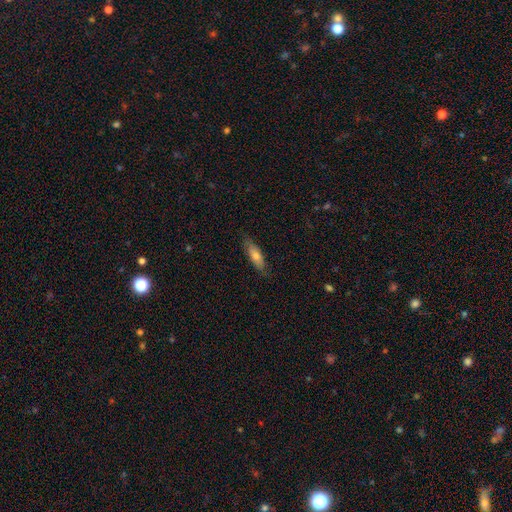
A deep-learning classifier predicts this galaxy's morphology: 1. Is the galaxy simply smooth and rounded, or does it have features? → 67% smooth, 27% featured or disk, 6% star or artifact.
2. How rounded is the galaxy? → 51% cigar-shaped, 47% in between, 2% round.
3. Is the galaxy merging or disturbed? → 82% none, 14% minor disturbance, 3% major disturbance, 1% merger.